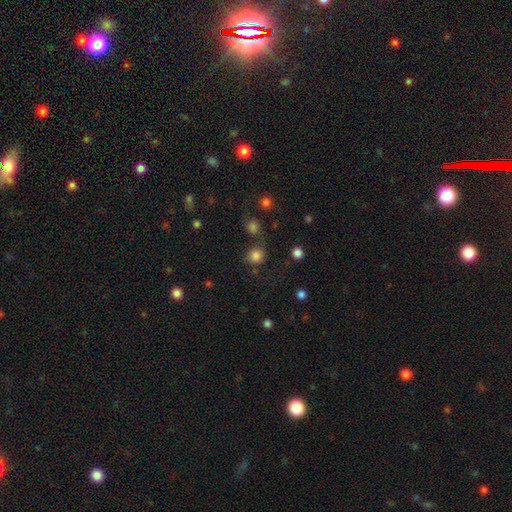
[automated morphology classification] The model was most divided on "merging": none: 68%, merger: 13%, minor disturbance: 13%, major disturbance: 6%. More confident: how rounded — round (85%); smooth or featured — smooth (81%).